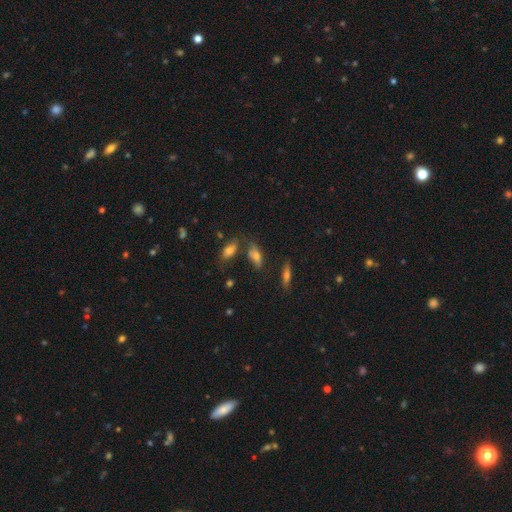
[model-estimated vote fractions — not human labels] This is likely a smooth galaxy (69%). How rounded: clearly in between (80%). Merging: possibly none (59%).